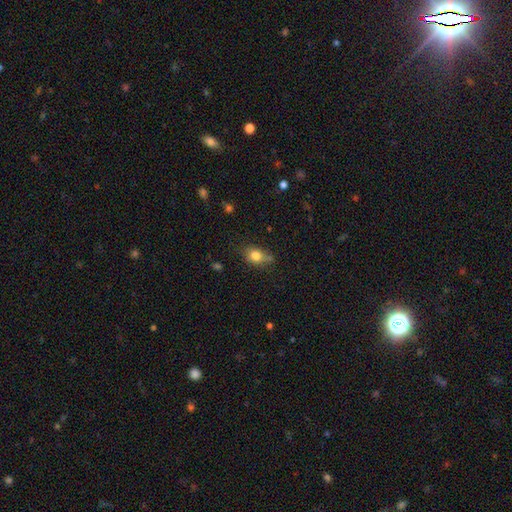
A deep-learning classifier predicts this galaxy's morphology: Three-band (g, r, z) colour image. It shows a smooth galaxy with no disk features (78%) that is in between round and cigar-shaped (65%). Merging: none (58%).